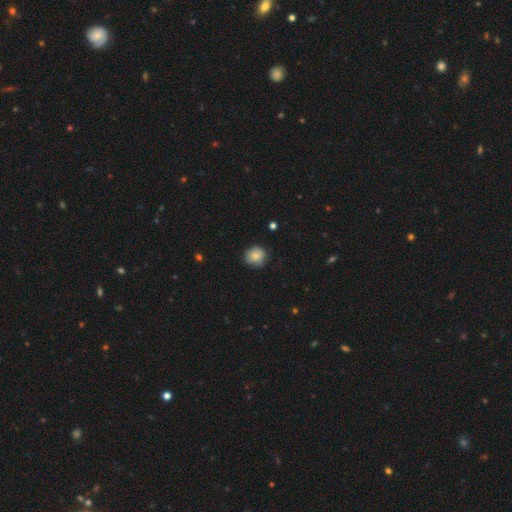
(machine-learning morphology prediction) smooth_or_featured: smooth (p=0.83) [alt: featured or disk p=0.09]
how_rounded: round (p=0.88) [alt: in between p=0.11]
merging: none (p=0.80) [alt: minor disturbance p=0.16]